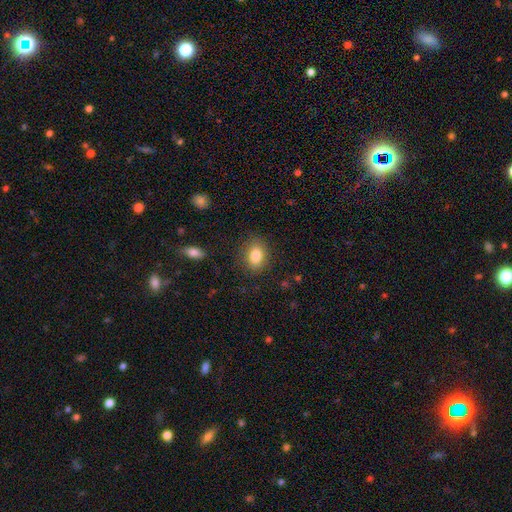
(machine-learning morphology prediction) Smooth or featured? Predicted: smooth (p=0.84). How rounded? Predicted: in between (p=0.73). Merging? Predicted: none (p=0.83).